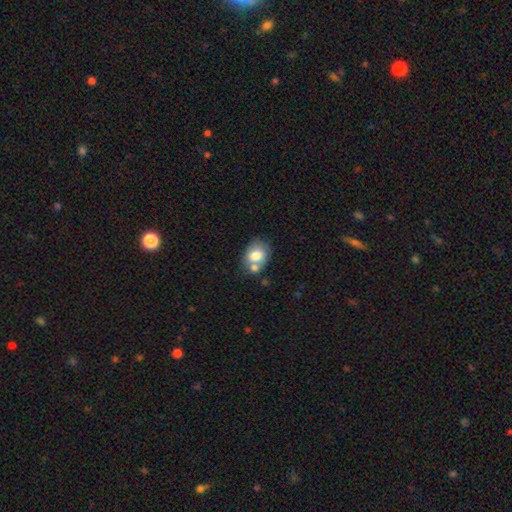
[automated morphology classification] smooth 75%, featured or disk 17%, star or artifact 8%. Down the decision tree: how rounded — in between (60%); merging — none (47%).